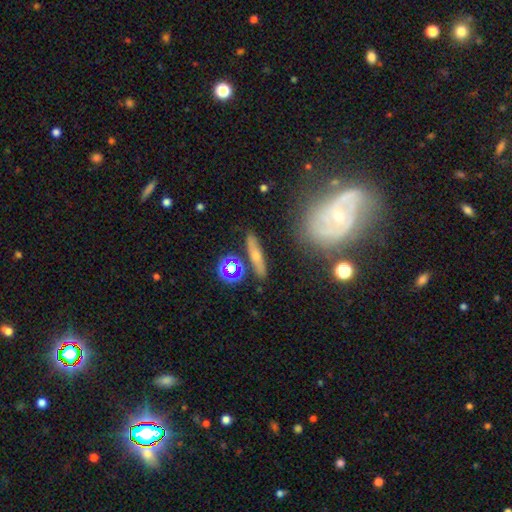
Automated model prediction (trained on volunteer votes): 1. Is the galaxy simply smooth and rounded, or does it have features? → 62% featured or disk, 27% smooth, 11% star or artifact.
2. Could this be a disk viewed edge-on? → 70% yes, 30% no.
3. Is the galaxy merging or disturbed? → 77% none, 13% minor disturbance, 6% merger, 4% major disturbance.